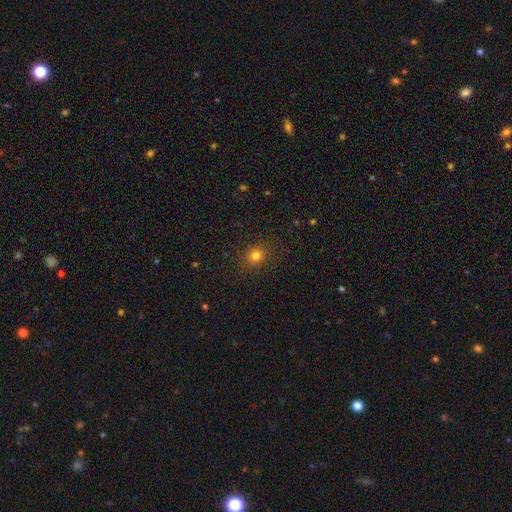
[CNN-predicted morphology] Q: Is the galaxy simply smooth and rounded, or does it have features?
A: smooth — 79%.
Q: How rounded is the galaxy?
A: round — 78%.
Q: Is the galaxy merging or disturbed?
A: none — 88%.